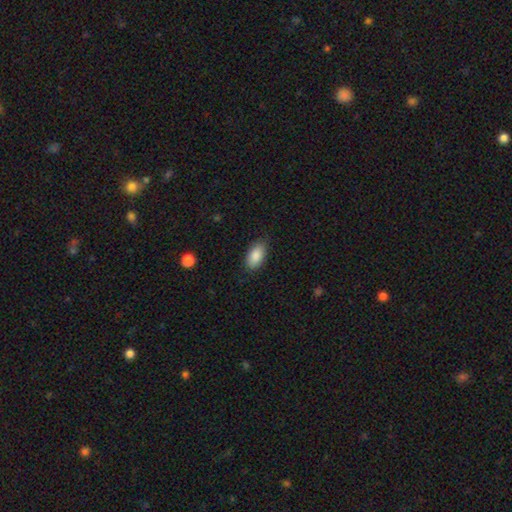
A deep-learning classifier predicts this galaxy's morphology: Q: Smooth or featured?
A: smooth (88%); runner-up: star or artifact (7%)
Q: How rounded?
A: in between (93%); runner-up: round (3%)
Q: Merging?
A: none (84%); runner-up: minor disturbance (12%)